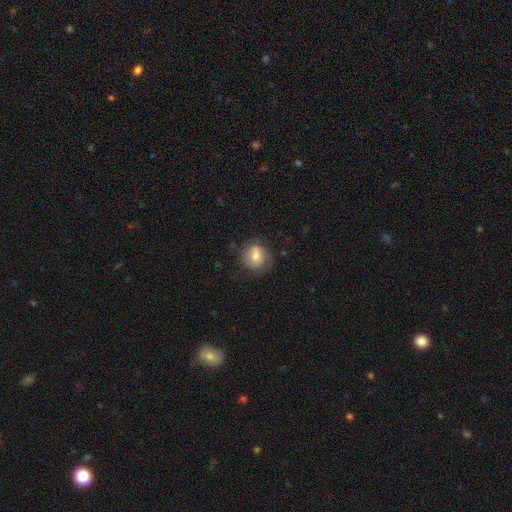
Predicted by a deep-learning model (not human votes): smooth 58%, featured or disk 33%, star or artifact 9%. Down the decision tree: how rounded — round (80%); merging — none (64%).